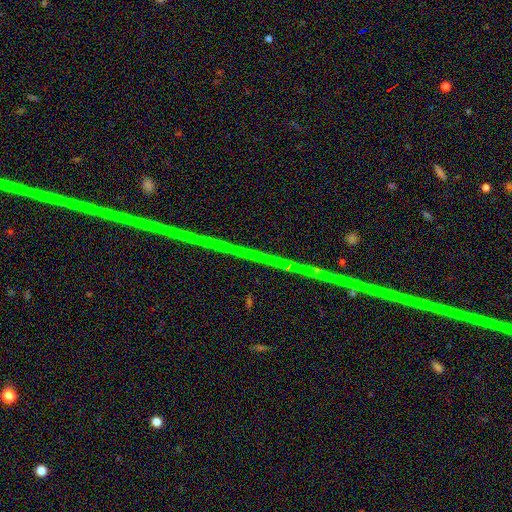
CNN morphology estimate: Overall: star or artifact (78%).